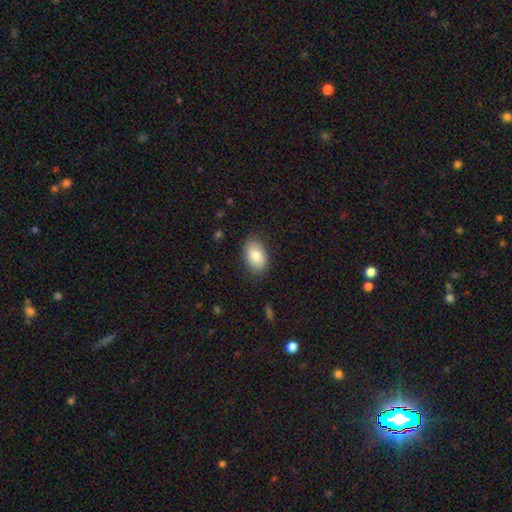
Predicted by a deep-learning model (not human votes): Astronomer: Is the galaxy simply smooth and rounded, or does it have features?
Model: smooth — 83%.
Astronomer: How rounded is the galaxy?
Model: in between — 90%.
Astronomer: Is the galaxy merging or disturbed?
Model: none — 84%.